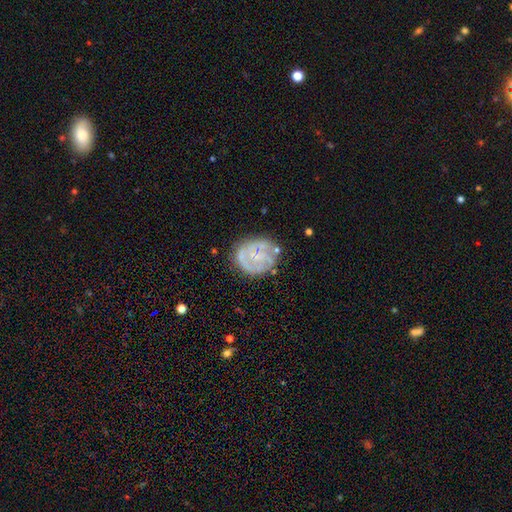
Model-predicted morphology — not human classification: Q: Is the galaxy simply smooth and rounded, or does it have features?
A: featured or disk — 74%.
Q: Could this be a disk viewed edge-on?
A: no — 98%.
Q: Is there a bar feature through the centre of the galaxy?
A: no — 69%.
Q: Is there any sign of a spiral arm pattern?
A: yes — 73%.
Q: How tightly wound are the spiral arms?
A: tight — 54%.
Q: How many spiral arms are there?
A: can't tell — 39%.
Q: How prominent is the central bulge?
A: small — 71%.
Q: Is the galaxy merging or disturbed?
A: none — 67%.